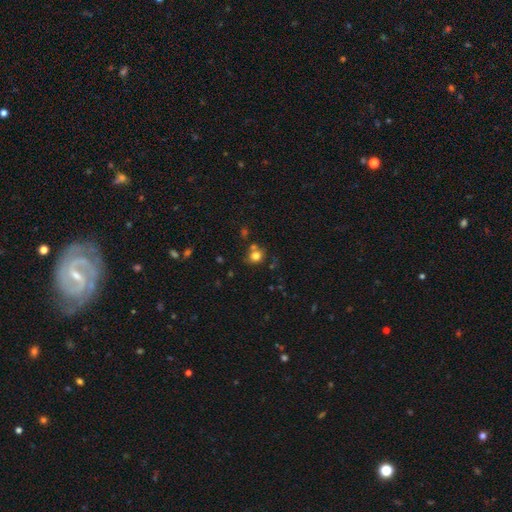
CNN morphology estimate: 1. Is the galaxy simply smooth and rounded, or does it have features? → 78% smooth, 14% star or artifact, 9% featured or disk.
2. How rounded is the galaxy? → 78% round, 21% in between, 1% cigar-shaped.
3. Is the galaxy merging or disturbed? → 62% none, 20% merger, 13% minor disturbance, 5% major disturbance.